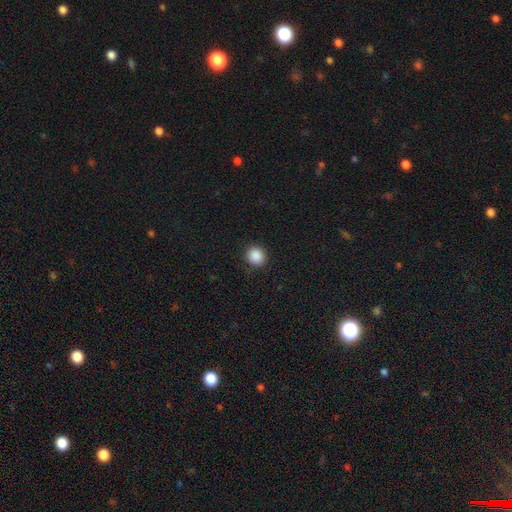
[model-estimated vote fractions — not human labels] Overall: smooth (88%). How rounded: round (88%). Merging: none (90%).